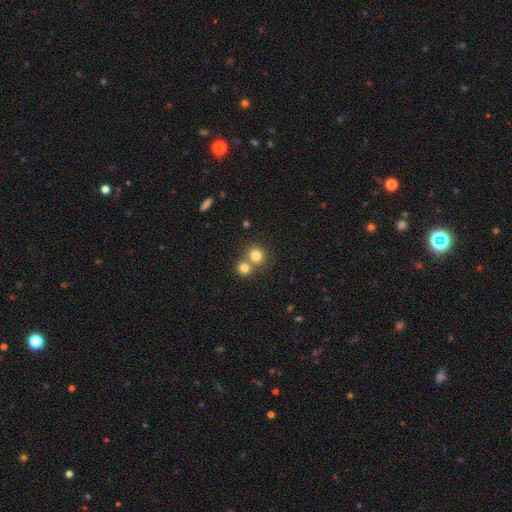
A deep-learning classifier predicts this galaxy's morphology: smooth-or-featured: smooth: 79% | star or artifact: 12% | featured or disk: 9%
  how-rounded: round: 82% | in between: 17% | cigar-shaped: 1%
  merging: none: 46% (tied) | merger: 46% (tied) | minor disturbance: 6% | major disturbance: 2%